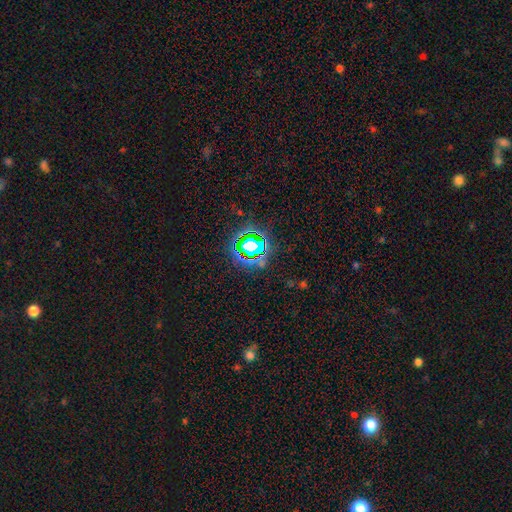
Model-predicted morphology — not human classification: Smooth or featured? star or artifact (74%)